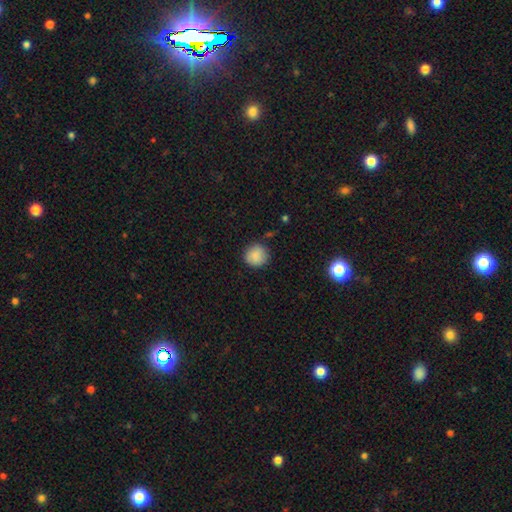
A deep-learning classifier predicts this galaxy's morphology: type=smooth (87%); roundness=round (93%); merging=none (85%).